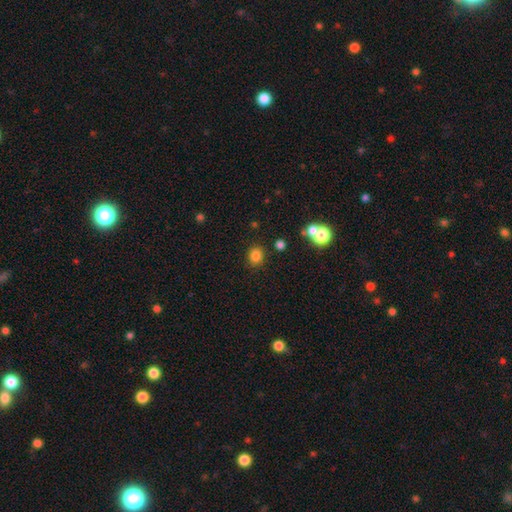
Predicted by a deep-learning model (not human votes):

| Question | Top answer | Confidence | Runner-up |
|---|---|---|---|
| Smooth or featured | smooth | 81% | star or artifact (14%) |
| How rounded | round | 72% | in between (27%) |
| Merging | none | 85% | minor disturbance (8%) |